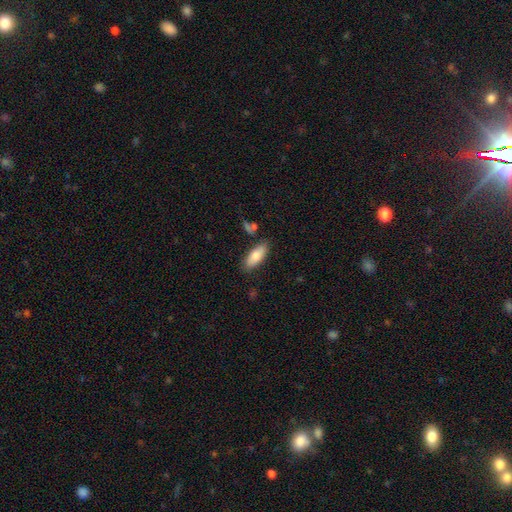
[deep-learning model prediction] Overall: smooth (79%). How rounded: in between (78%). Merging: none (79%).